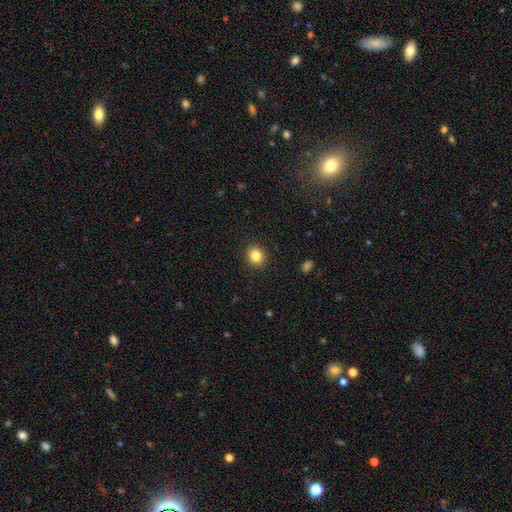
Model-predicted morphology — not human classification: smooth 84%, star or artifact 10%, featured or disk 6%. Down the decision tree: how rounded — round (73%); merging — none (91%).